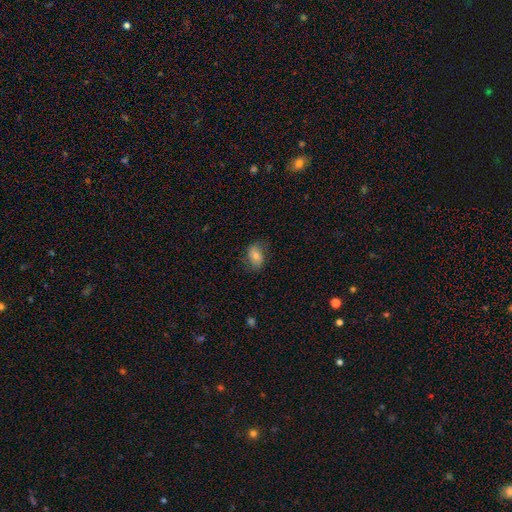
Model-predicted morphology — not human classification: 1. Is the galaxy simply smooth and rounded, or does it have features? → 72% smooth, 20% featured or disk, 9% star or artifact.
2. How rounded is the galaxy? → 80% in between, 19% round, 1% cigar-shaped.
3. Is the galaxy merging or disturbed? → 73% none, 19% minor disturbance, 6% major disturbance, 1% merger.